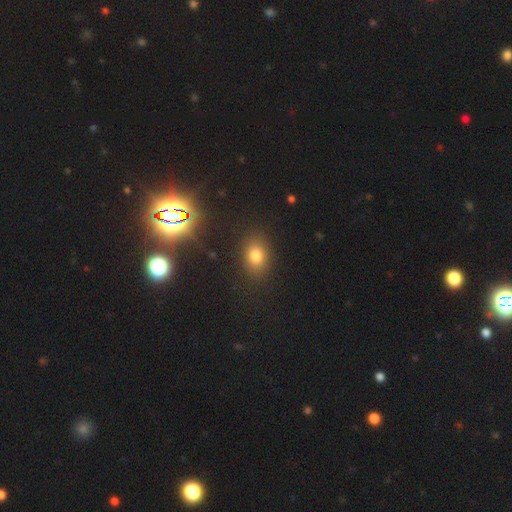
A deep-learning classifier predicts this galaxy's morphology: Smooth or featured? Predicted: smooth (p=0.75). How rounded? Predicted: in between (p=0.65). Merging? Predicted: none (p=0.86).